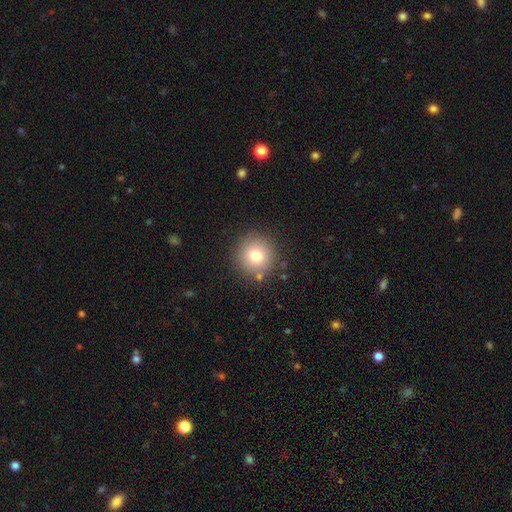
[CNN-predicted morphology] Smooth or featured: smooth — 75% (star or artifact — 13%)
How rounded: round — 95% (in between — 4%)
Merging: none — 86% (minor disturbance — 8%)